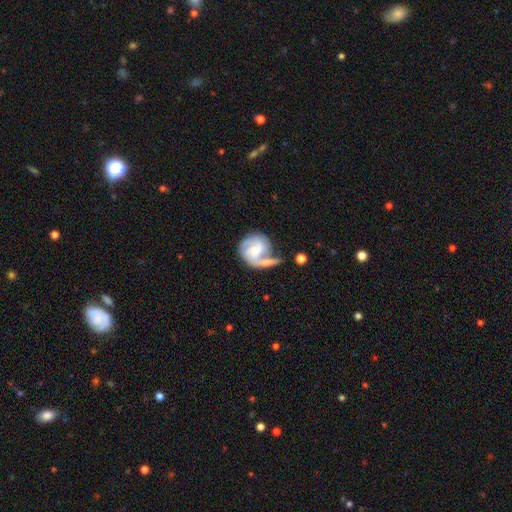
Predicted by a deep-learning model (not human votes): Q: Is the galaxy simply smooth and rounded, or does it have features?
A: featured or disk — 71%.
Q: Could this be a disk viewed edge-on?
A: no — 97%.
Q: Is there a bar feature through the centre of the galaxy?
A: no — 46%.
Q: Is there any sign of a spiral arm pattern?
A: yes — 87%.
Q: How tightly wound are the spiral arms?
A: medium — 41%.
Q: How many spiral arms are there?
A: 2 — 55%.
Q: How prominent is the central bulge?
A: small — 35%, tied with moderate.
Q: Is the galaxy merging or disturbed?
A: none — 33%.